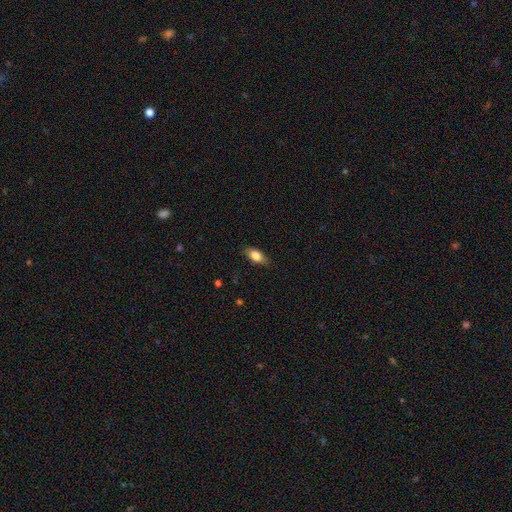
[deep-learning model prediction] Smooth or featured: smooth — 79% (featured or disk — 13%)
How rounded: in between — 83% (cigar-shaped — 11%)
Merging: none — 82% (minor disturbance — 14%)